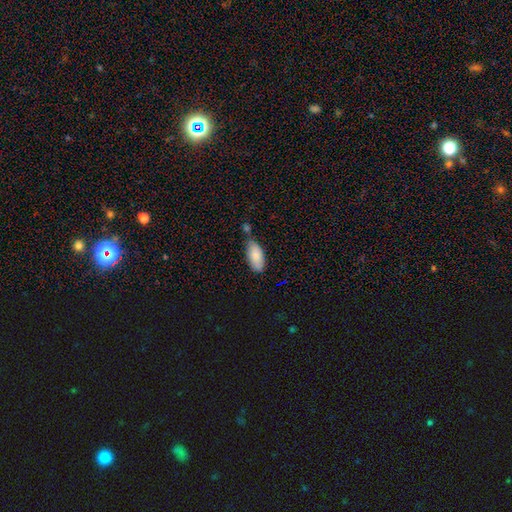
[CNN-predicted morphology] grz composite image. It shows a smooth galaxy with no disk features (84%) that is in between round and cigar-shaped (90%). Merging: none (58%).